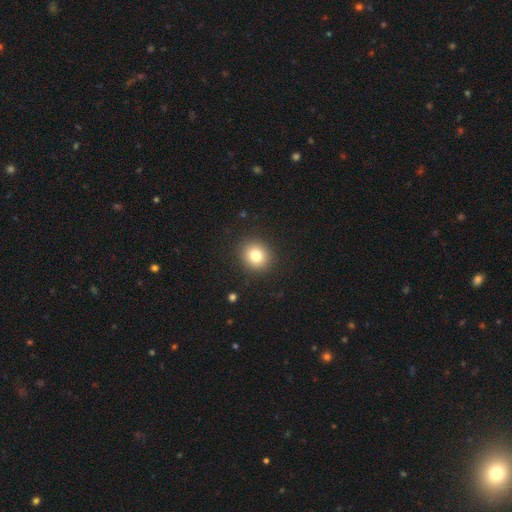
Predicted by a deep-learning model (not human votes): A smooth galaxy with no disk features (80%) that is round (81%).

Vote fractions:
- Smooth or featured? smooth: 80% / star or artifact: 11% / featured or disk: 9%
- How rounded? round: 81% / in between: 18% / cigar-shaped: 1%
- Merging? none: 90% / minor disturbance: 7% / major disturbance: 2% / merger: 1%